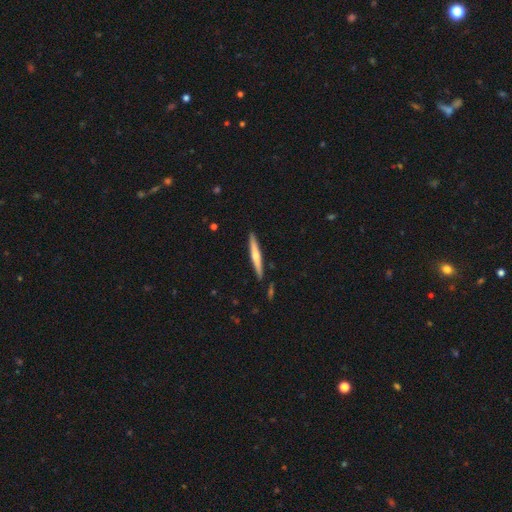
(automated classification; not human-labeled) Smooth or featured? smooth (48%)
Merging? none (89%)